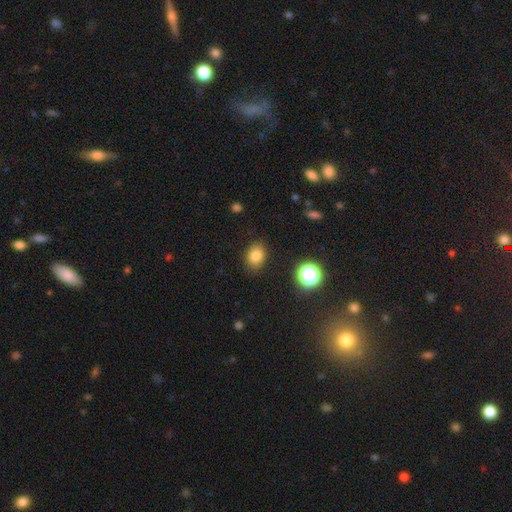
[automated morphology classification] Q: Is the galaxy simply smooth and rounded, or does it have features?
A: smooth — 80%.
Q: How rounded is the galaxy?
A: in between — 61%.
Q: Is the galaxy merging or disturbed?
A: none — 86%.